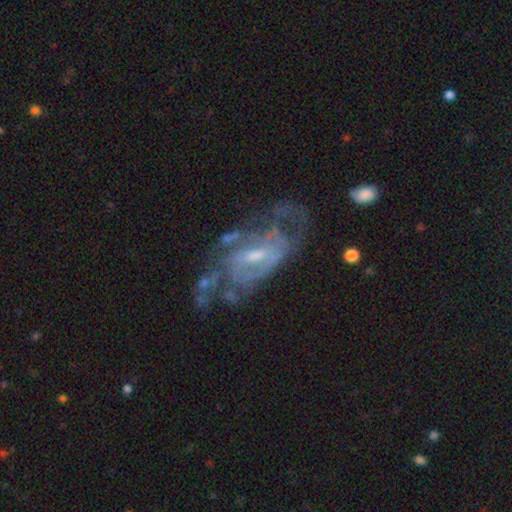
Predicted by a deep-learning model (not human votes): Q: Smooth or featured?
A: featured or disk (82%); runner-up: smooth (9%)
Q: Edge-on disk?
A: no (94%); runner-up: yes (6%)
Q: Bar?
A: weak (50%); runner-up: no (34%)
Q: Spiral arms?
A: yes (80%); runner-up: no (20%)
Q: Spiral winding?
A: tight (45%); runner-up: medium (40%)
Q: Spiral arm count?
A: can't tell (48%); runner-up: 2 (27%)
Q: Bulge size?
A: small (52%); runner-up: moderate (39%)
Q: Merging?
A: none (52%); runner-up: major disturbance (22%)